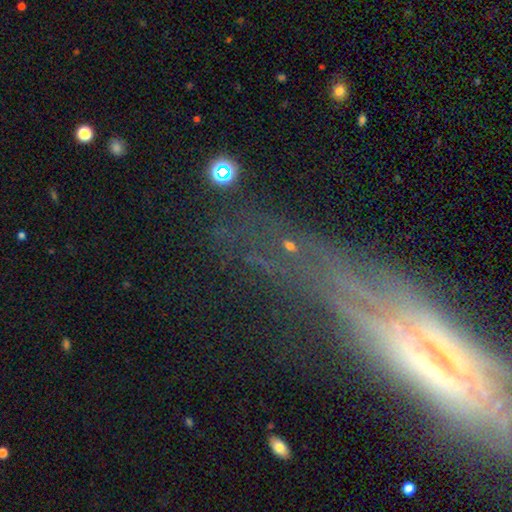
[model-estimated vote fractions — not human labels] Morphology: type=star or artifact (38%).